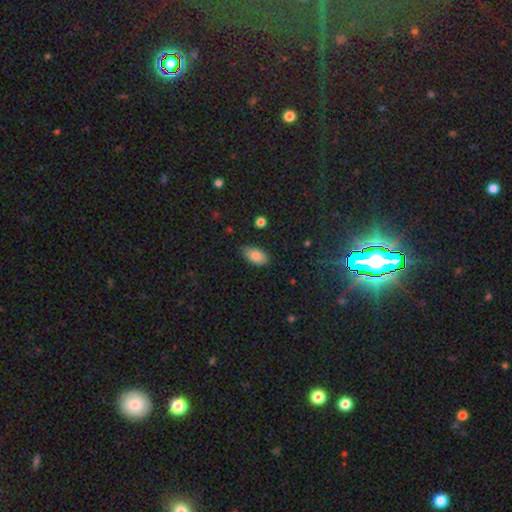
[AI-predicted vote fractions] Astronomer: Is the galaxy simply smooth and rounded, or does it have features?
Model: smooth — 84%.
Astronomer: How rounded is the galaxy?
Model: in between — 93%.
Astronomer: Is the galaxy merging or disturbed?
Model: none — 76%.